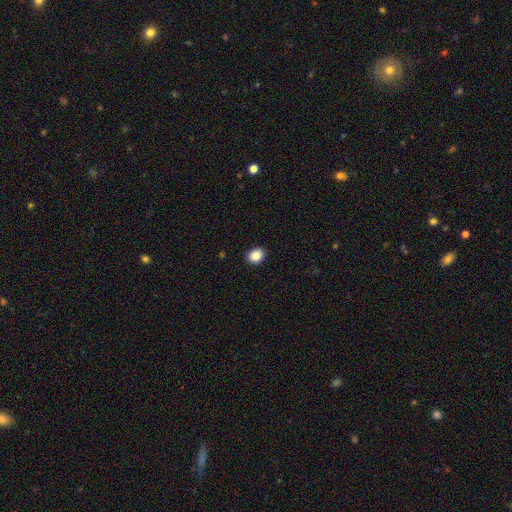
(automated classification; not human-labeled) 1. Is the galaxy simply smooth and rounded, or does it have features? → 88% smooth, 9% star or artifact, 3% featured or disk.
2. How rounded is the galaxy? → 56% round, 43% in between, 1% cigar-shaped.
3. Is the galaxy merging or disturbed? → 90% none, 7% minor disturbance, 2% major disturbance, 1% merger.